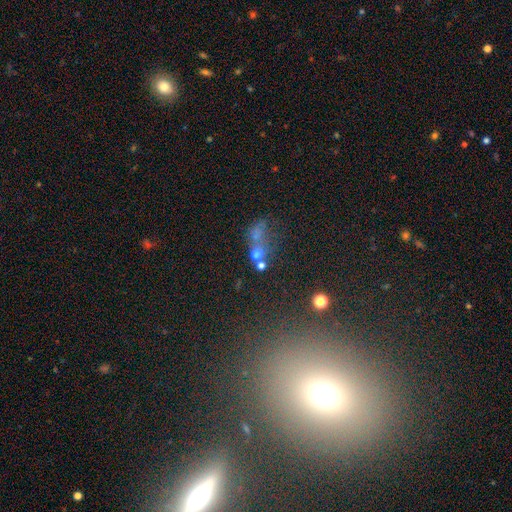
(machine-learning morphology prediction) smooth_or_featured: smooth (p=0.52) [alt: star or artifact p=0.30]
how_rounded: round (p=0.66) [alt: in between p=0.30]
merging: merger (p=0.38) [alt: none p=0.36]